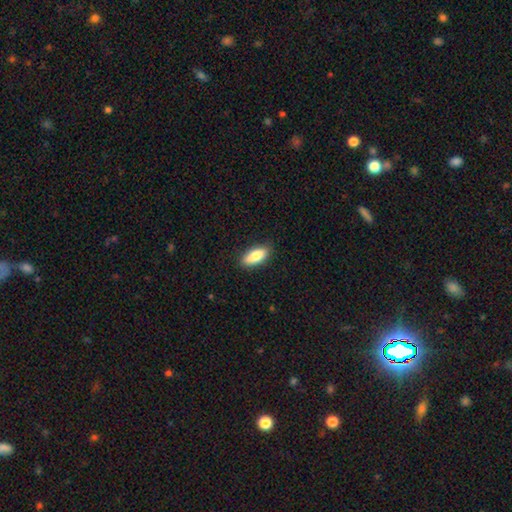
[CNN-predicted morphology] smooth-or-featured: smooth: 79% | featured or disk: 15% | star or artifact: 6%
  how-rounded: in between: 77% | cigar-shaped: 20% | round: 2%
  merging: none: 86% | minor disturbance: 11% | major disturbance: 2% | merger: 1%